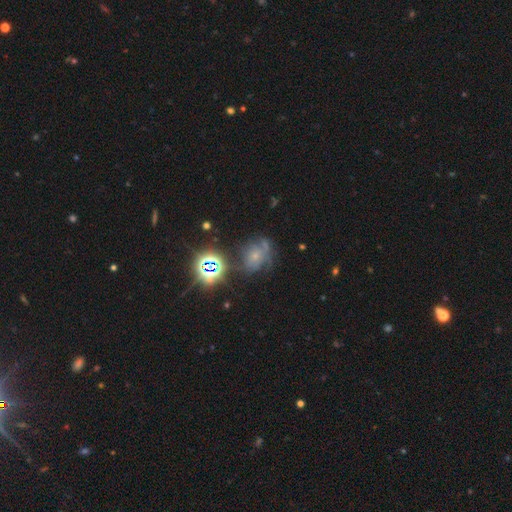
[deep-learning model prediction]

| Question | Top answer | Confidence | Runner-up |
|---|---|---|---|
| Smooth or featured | star or artifact | 40% | featured or disk (34%) |